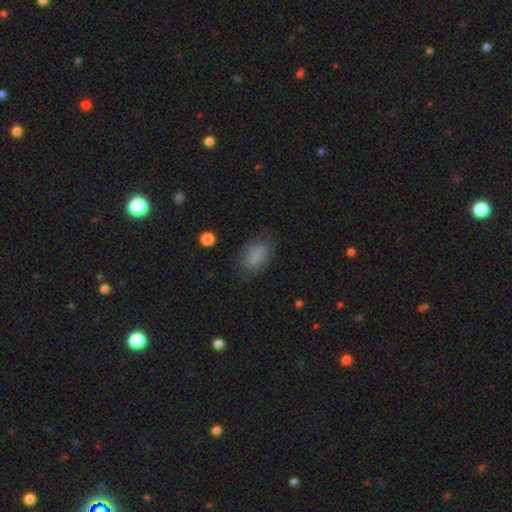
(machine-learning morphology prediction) smooth 75%, featured or disk 16%, star or artifact 9%. Down the decision tree: how rounded — in between (87%); merging — none (67%).